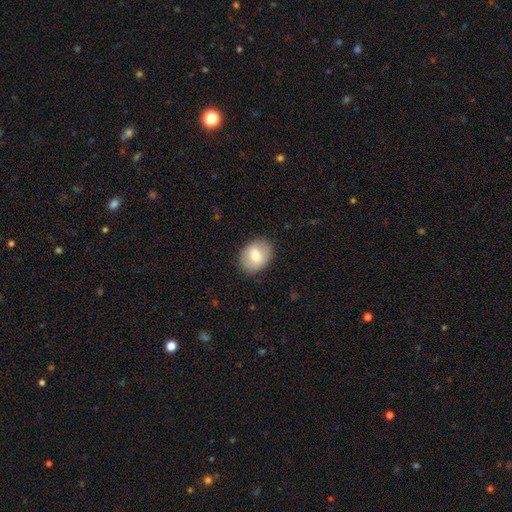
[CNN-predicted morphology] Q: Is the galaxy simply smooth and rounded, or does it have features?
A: smooth — 73%.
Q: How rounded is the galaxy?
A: in between — 63%.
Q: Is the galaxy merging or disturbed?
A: none — 85%.